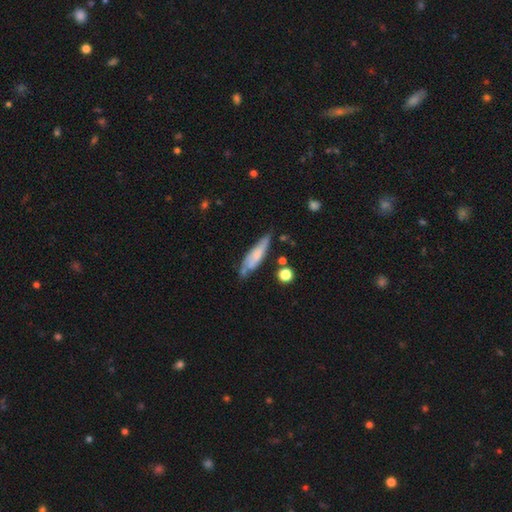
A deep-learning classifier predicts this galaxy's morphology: Smooth or featured?
  - smooth: 58% *
  - featured or disk: 35%
  - star or artifact: 7%
How rounded?
  - cigar-shaped: 69% *
  - in between: 29%
  - round: 2%
Merging?
  - none: 55% *
  - minor disturbance: 29%
  - merger: 8%
  - major disturbance: 8%